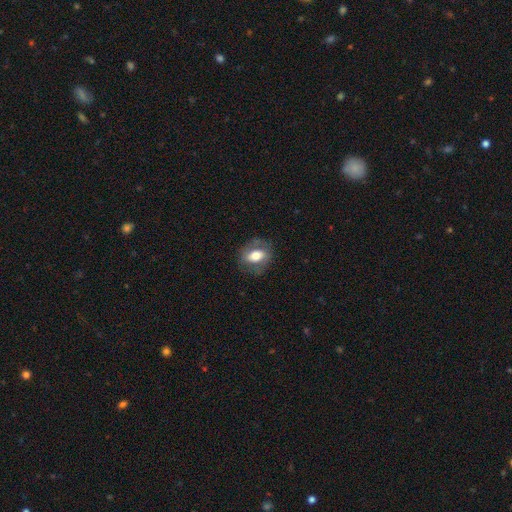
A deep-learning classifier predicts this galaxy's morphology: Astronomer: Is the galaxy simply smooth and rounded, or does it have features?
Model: smooth — 56% (runner-up: featured or disk, 36%).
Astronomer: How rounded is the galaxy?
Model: in between — 70%.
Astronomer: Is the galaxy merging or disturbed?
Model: none — 75%.